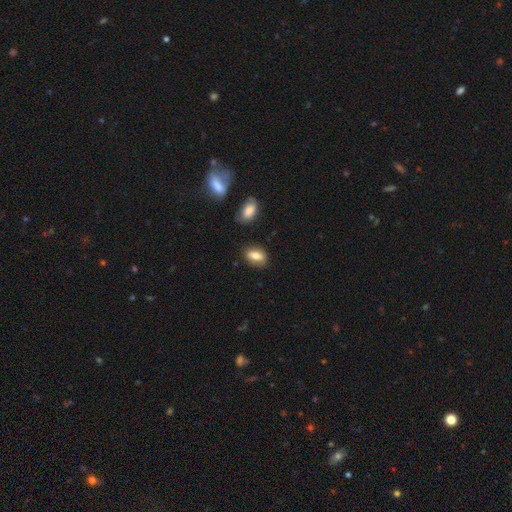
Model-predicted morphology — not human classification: This is likely a smooth galaxy (78%). How rounded: clearly in between (86%). Merging: likely none (80%).